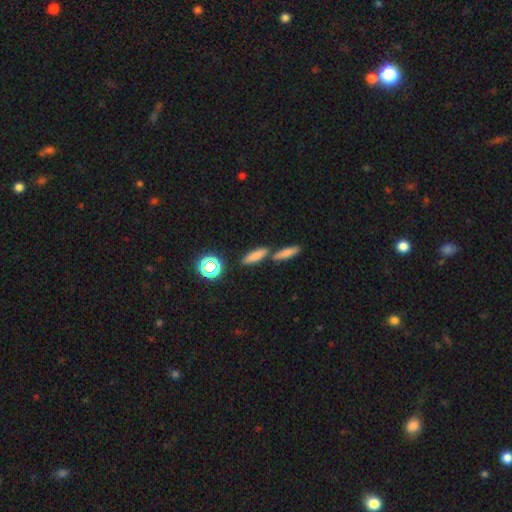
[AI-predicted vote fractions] smooth-or-featured: smooth: 75% | star or artifact: 14% | featured or disk: 10%
  how-rounded: cigar-shaped: 53% | in between: 42% | round: 5%
  merging: none: 62% | merger: 25% | minor disturbance: 9% | major disturbance: 3%